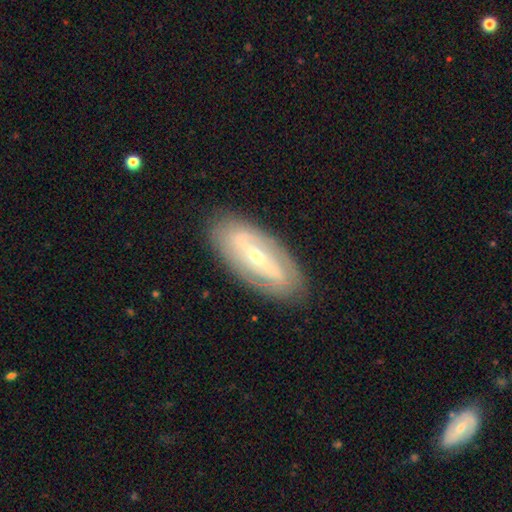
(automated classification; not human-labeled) Smooth or featured: featured or disk — 75% (smooth — 19%)
Edge-on disk: no — 86% (yes — 14%)
Bar: strong — 47% (weak — 30%)
Spiral arms: yes — 65% (no — 35%)
Bulge size: small — 63% (moderate — 33%)
Merging: none — 84% (minor disturbance — 11%)